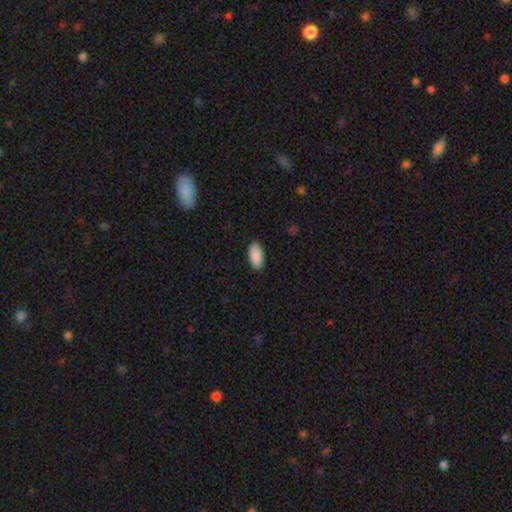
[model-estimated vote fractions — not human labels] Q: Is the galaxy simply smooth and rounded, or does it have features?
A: smooth — 91%.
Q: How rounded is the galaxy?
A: in between — 94%.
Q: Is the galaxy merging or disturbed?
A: none — 90%.